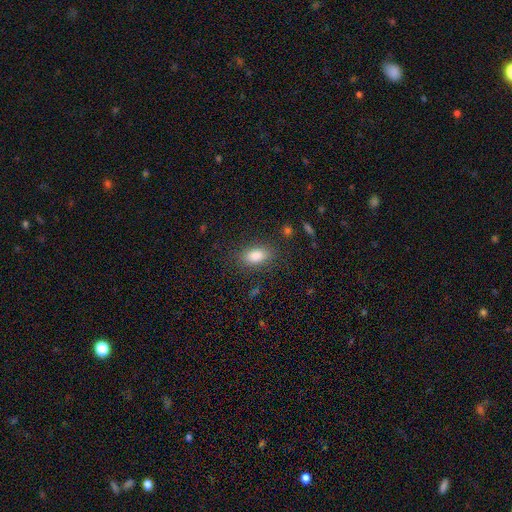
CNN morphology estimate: smooth-or-featured: smooth: 84% | star or artifact: 8% | featured or disk: 7%
  how-rounded: in between: 89% | round: 7% | cigar-shaped: 4%
  merging: none: 83% | minor disturbance: 11% | major disturbance: 4% | merger: 2%